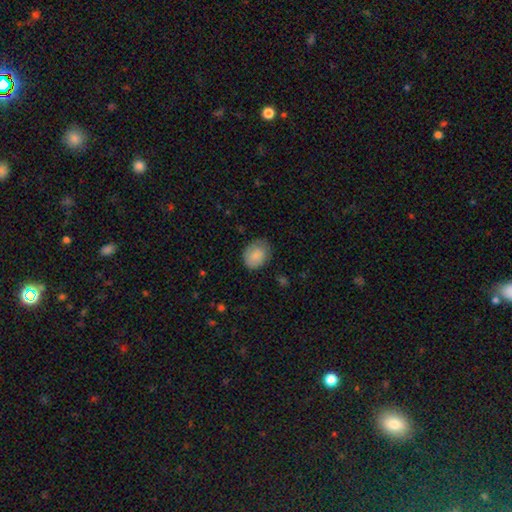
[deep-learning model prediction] Smooth or featured?
  - smooth: 83% *
  - featured or disk: 10%
  - star or artifact: 7%
How rounded?
  - in between: 55% *
  - round: 44%
  - cigar-shaped: 1%
Merging?
  - none: 68% *
  - minor disturbance: 25%
  - major disturbance: 6%
  - merger: 1%